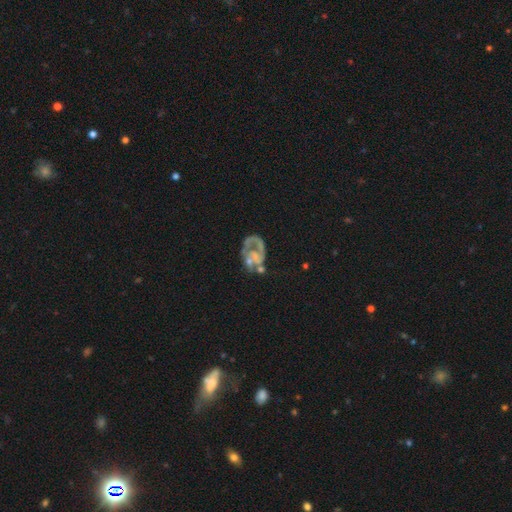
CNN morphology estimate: smooth_or_featured: featured or disk (p=0.75) [alt: smooth p=0.17]
disk_edge_on: no (p=0.98) [alt: yes p=0.02]
bar: no (p=0.78) [alt: weak p=0.17]
has_spiral_arms: yes (p=0.60) [alt: no p=0.40]
bulge_size: none (p=0.52) [alt: small p=0.25]
merging: major disturbance (p=0.33) [alt: none p=0.31]